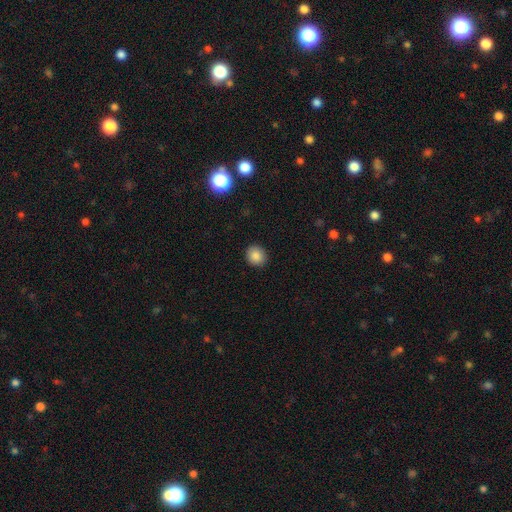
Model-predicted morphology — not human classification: smooth-or-featured: smooth: 86% | star or artifact: 10% | featured or disk: 4%
  how-rounded: round: 84% | in between: 15% | cigar-shaped: 1%
  merging: none: 91% | minor disturbance: 6% | major disturbance: 2% | merger: 1%